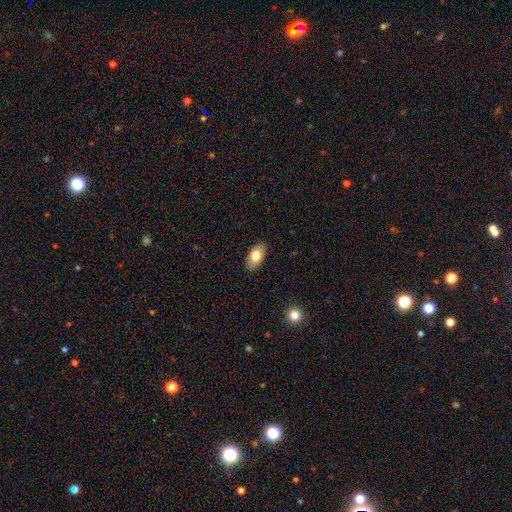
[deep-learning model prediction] Q: Smooth or featured?
A: smooth (78%); runner-up: featured or disk (15%)
Q: How rounded?
A: in between (93%); runner-up: round (4%)
Q: Merging?
A: none (88%); runner-up: minor disturbance (9%)